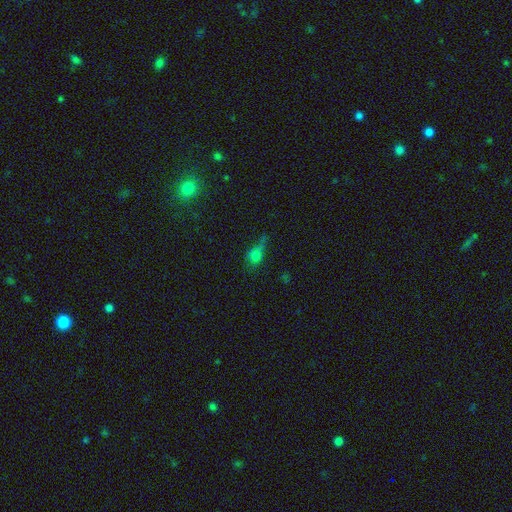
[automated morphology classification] This appears to be a smooth galaxy with no disk features (65%) that is in between round and cigar-shaped (54%). Merging: none (37%).